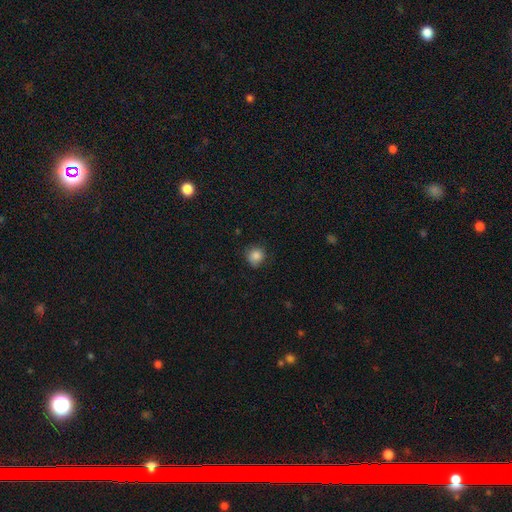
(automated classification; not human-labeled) This is clearly a smooth galaxy (85%). How rounded: clearly round (85%). Merging: likely none (78%).